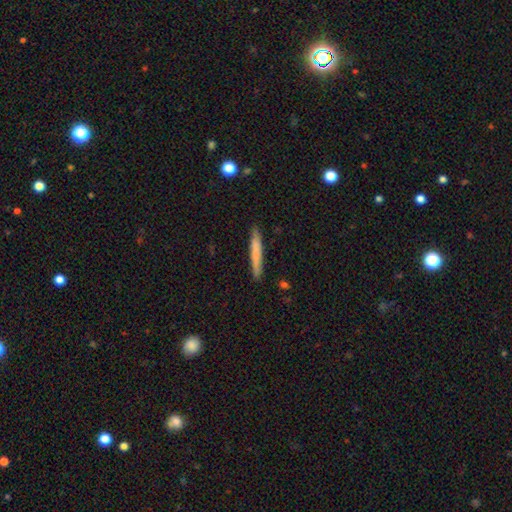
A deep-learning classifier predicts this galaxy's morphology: smooth 70%, featured or disk 24%, star or artifact 6%. Down the decision tree: how rounded — cigar-shaped (96%); merging — none (90%).